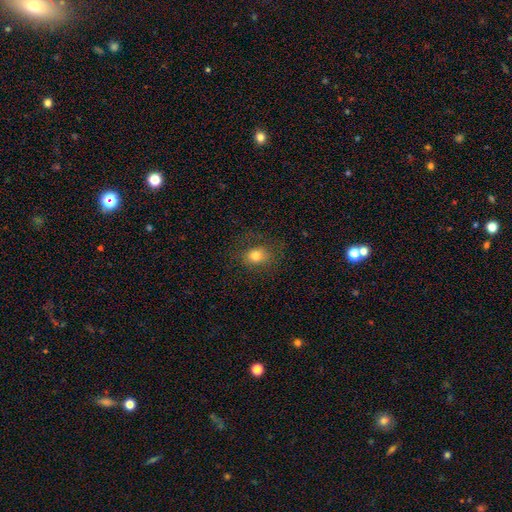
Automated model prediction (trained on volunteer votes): Overall: smooth (76%). How rounded: round (52%; in between 46%). Merging: none (75%).